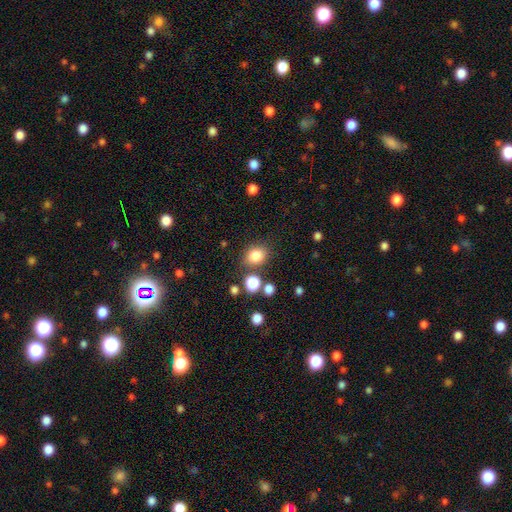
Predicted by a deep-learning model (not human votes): Smooth or featured? Predicted: smooth (p=0.82). How rounded? Predicted: round (p=0.59). Merging? Predicted: none (p=0.77).